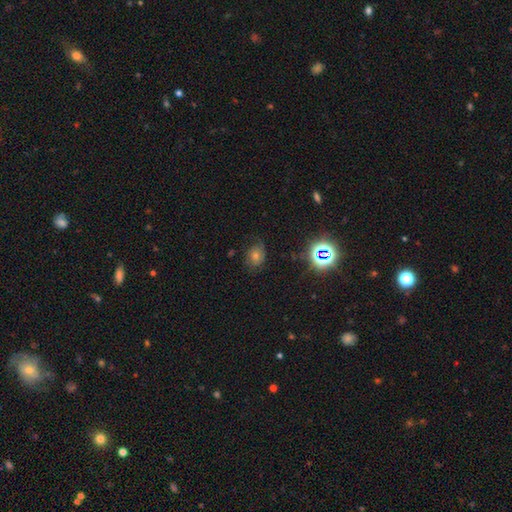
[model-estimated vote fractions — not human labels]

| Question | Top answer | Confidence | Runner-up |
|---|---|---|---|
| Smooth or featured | smooth | 40% | star or artifact (37%) |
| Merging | none | 70% | minor disturbance (20%) |